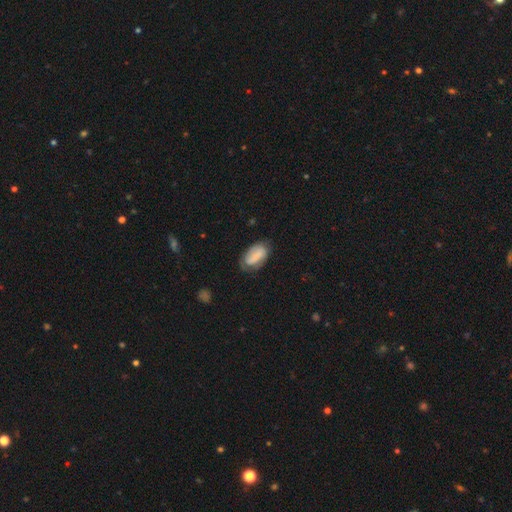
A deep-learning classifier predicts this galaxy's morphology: Smooth or featured: smooth — 72% (featured or disk — 20%)
How rounded: in between — 92% (cigar-shaped — 4%)
Merging: none — 63% (minor disturbance — 27%)